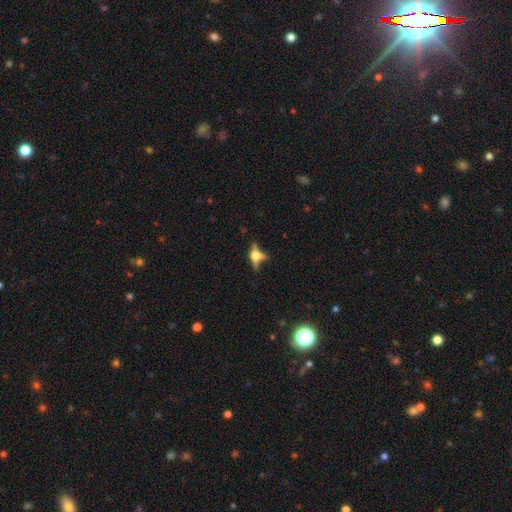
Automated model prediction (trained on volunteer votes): Smooth or featured? Predicted: featured or disk (p=0.51). Edge-on disk? Predicted: yes (p=0.73). Merging? Predicted: none (p=0.46).